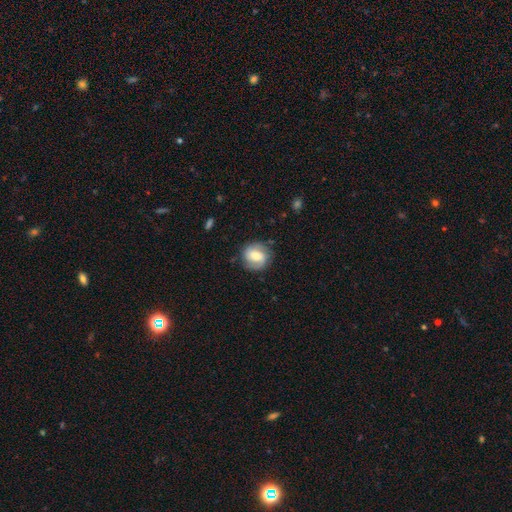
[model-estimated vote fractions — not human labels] Smooth or featured: smooth — 47% (featured or disk — 46%)
Merging: none — 77% (minor disturbance — 16%)